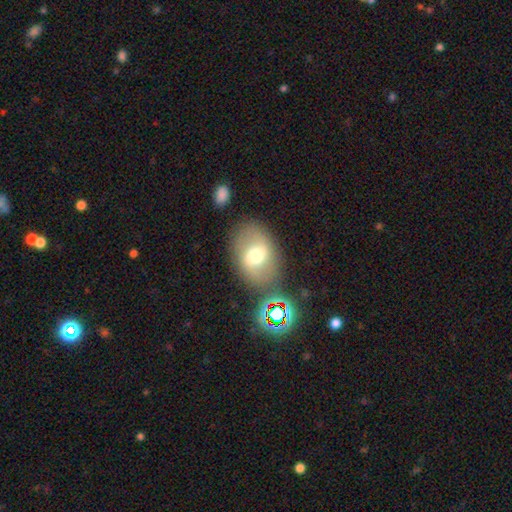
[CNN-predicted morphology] smooth_or_featured: smooth (p=0.48) [alt: featured or disk p=0.40]
merging: none (p=0.72) [alt: minor disturbance p=0.14]